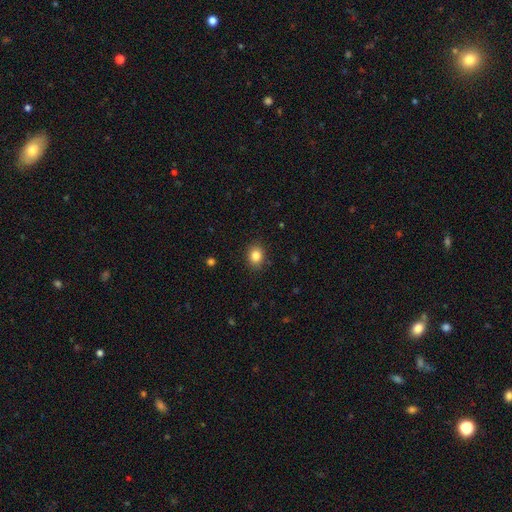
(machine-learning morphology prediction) Smooth or featured: smooth — 84% (star or artifact — 10%)
How rounded: round — 55% (in between — 44%)
Merging: none — 87% (minor disturbance — 9%)